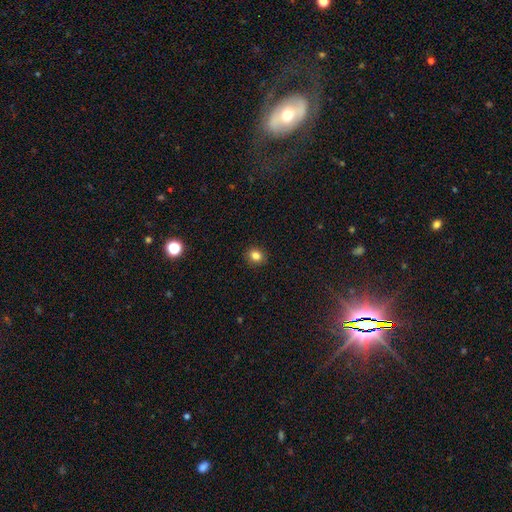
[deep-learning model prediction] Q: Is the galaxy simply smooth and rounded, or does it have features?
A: smooth — 83%.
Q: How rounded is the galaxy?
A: round — 73%.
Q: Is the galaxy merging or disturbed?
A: none — 91%.